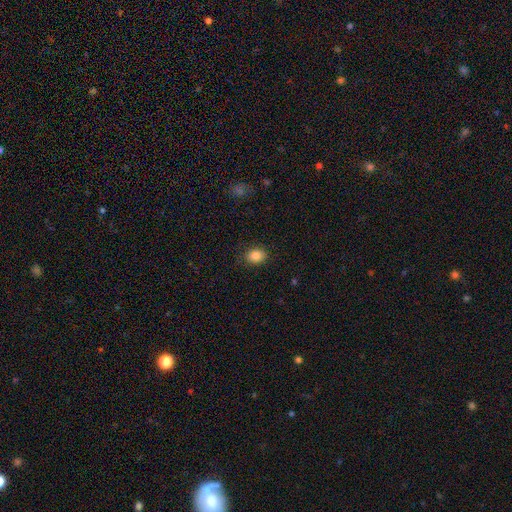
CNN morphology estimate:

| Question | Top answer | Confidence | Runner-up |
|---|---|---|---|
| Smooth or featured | smooth | 85% | star or artifact (9%) |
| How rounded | in between | 65% | round (34%) |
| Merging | none | 86% | minor disturbance (10%) |